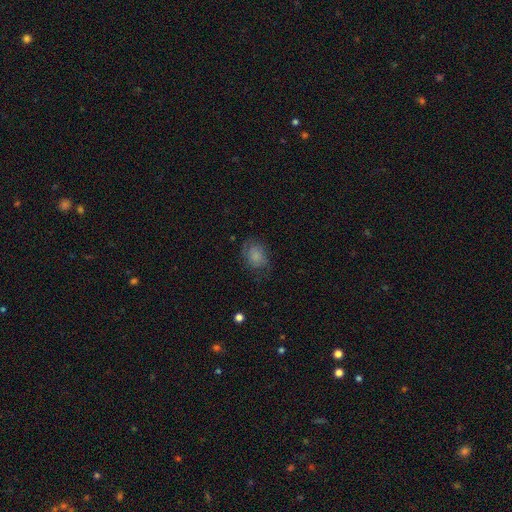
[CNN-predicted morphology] smooth_or_featured: smooth (p=0.67) [alt: featured or disk p=0.22]
how_rounded: in between (p=0.60) [alt: round p=0.39]
merging: none (p=0.61) [alt: minor disturbance p=0.24]